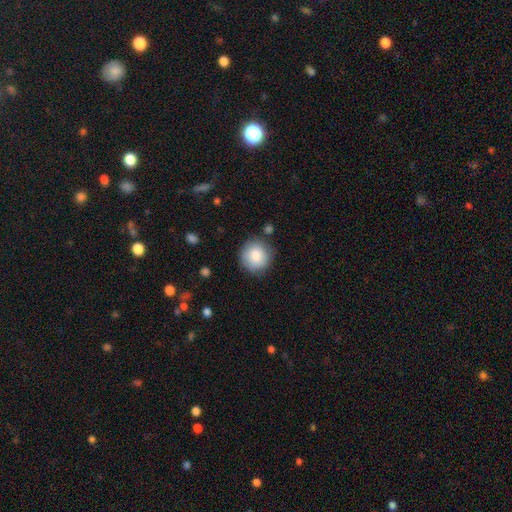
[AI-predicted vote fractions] This appears to be a smooth galaxy with no disk features (85%) that is round (91%). Merging: none (81%).